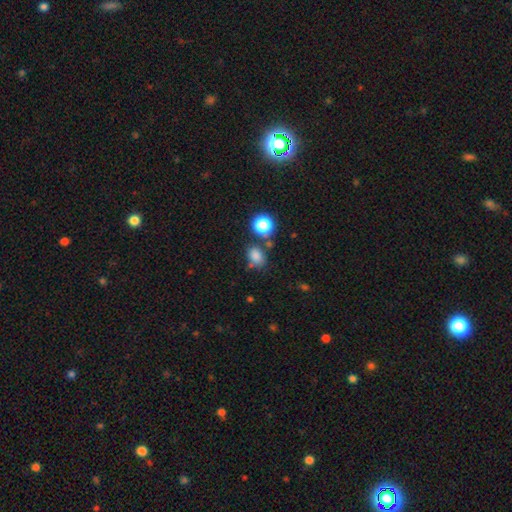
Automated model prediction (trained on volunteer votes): smooth_or_featured: smooth (p=0.79) [alt: star or artifact p=0.15]
how_rounded: in between (p=0.63) [alt: round p=0.36]
merging: none (p=0.65) [alt: minor disturbance p=0.15]